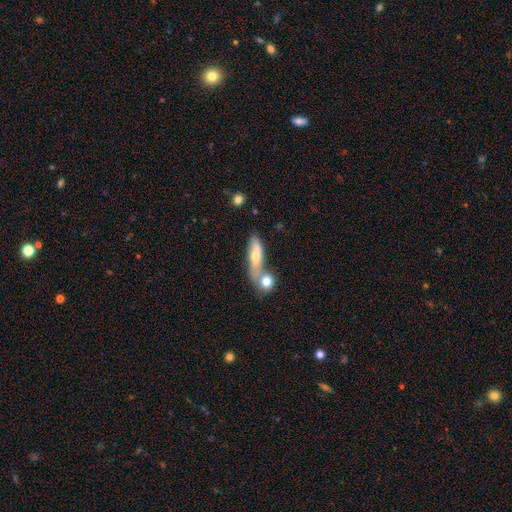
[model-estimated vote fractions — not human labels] Q: Smooth or featured?
A: smooth (60%); runner-up: featured or disk (32%)
Q: How rounded?
A: cigar-shaped (53%); runner-up: in between (42%)
Q: Merging?
A: none (42%); runner-up: merger (39%)